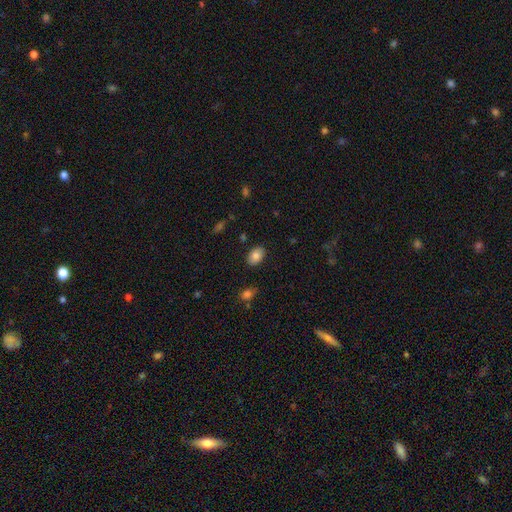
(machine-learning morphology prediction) This is clearly a smooth galaxy (82%). How rounded: clearly in between (85%). Merging: clearly none (87%).